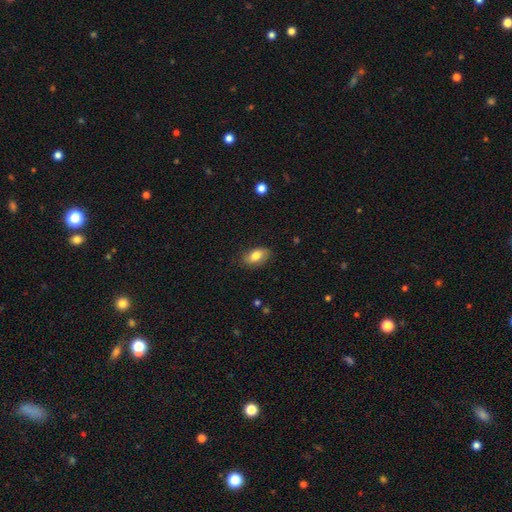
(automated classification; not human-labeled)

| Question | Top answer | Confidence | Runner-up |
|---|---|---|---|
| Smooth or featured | smooth | 78% | featured or disk (15%) |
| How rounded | in between | 91% | round (6%) |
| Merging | none | 78% | minor disturbance (17%) |